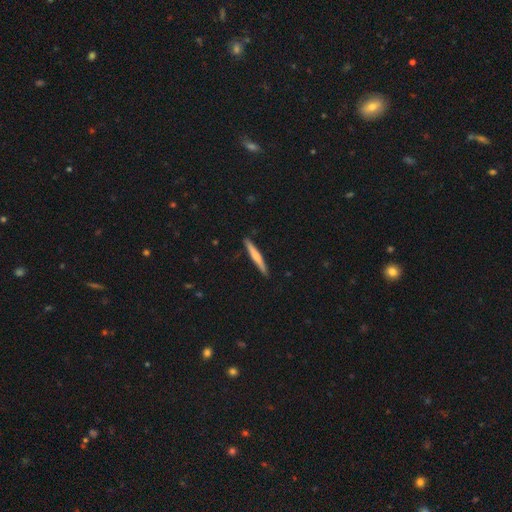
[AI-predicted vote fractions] This is possibly a smooth galaxy (60%). How rounded: clearly cigar-shaped (96%). Merging: clearly none (90%).